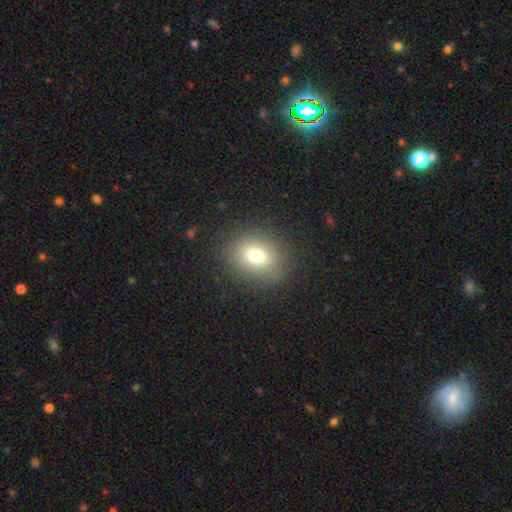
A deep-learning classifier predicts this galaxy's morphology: Q: Smooth or featured?
A: smooth (73%); runner-up: featured or disk (13%)
Q: How rounded?
A: round (52%); runner-up: in between (46%)
Q: Merging?
A: none (84%); runner-up: minor disturbance (10%)